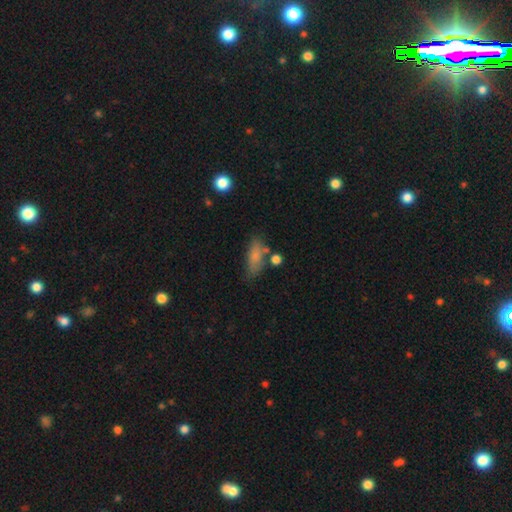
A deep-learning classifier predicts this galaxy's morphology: Q: Smooth or featured?
A: smooth (79%); runner-up: featured or disk (13%)
Q: How rounded?
A: in between (70%); runner-up: cigar-shaped (26%)
Q: Merging?
A: none (61%); runner-up: minor disturbance (20%)